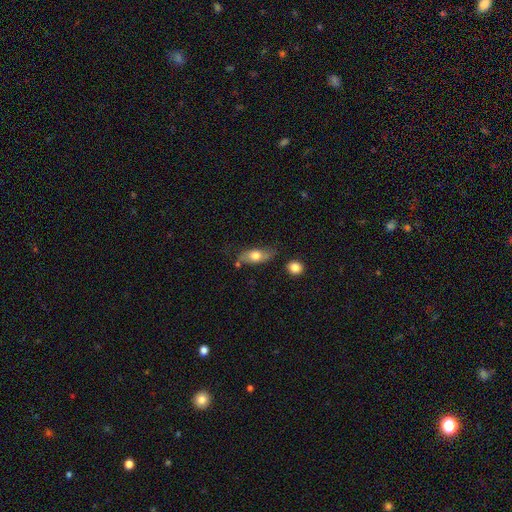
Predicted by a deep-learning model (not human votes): Smooth or featured: smooth — 65% (featured or disk — 28%)
How rounded: in between — 78% (cigar-shaped — 16%)
Merging: none — 64% (minor disturbance — 23%)